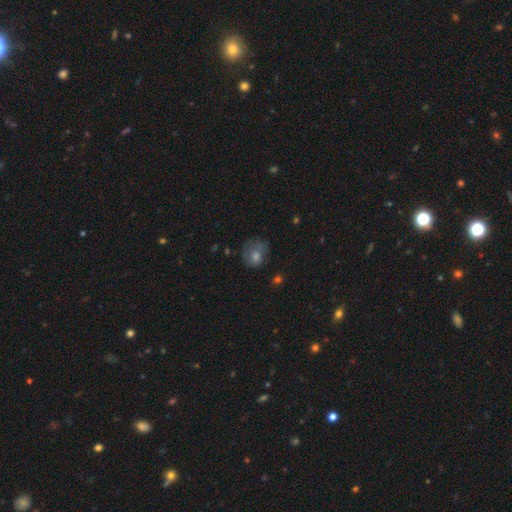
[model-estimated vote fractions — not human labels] Smooth or featured? smooth (55%)
How rounded? round (65%)
Merging? none (51%)